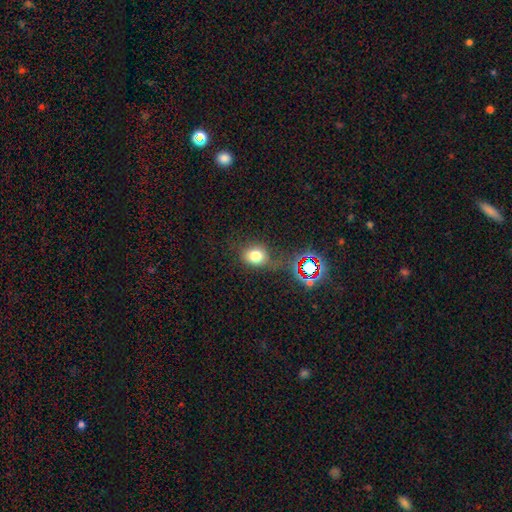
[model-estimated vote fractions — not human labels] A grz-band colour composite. It shows a smooth galaxy with no disk features (73%) that is round (56%). Merging: none (65%).